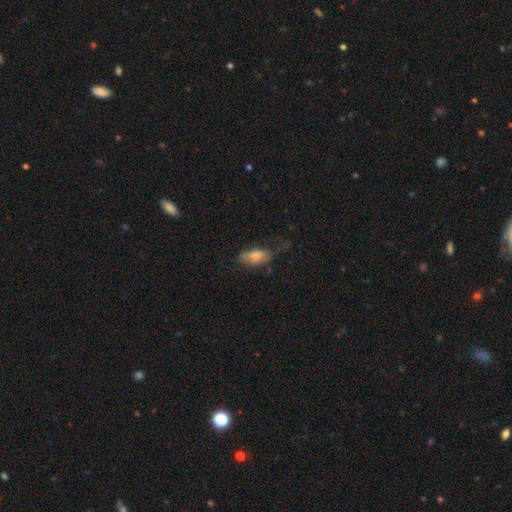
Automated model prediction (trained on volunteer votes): Overall: smooth (64%; featured or disk 26%). How rounded: in between (82%). Merging: none (53%; minor disturbance 29%).